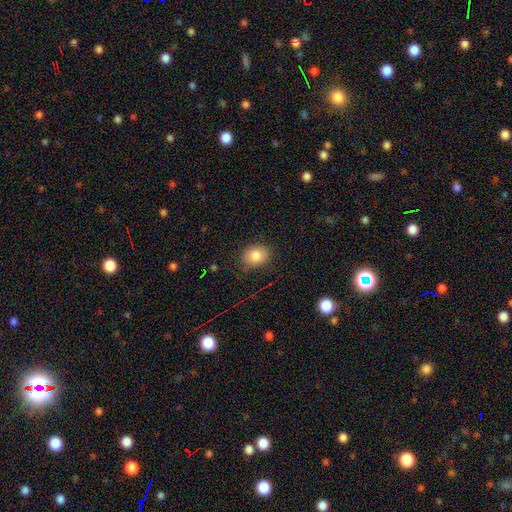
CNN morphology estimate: This is clearly a smooth galaxy (82%). How rounded: possibly round (51%). Merging: clearly none (81%).